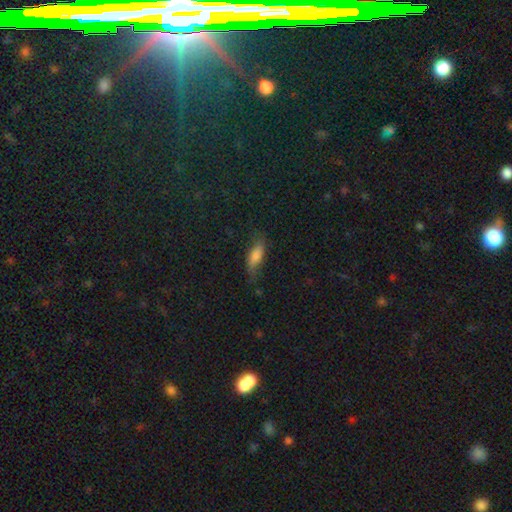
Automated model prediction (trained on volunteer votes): Smooth or featured?
  - smooth: 74% *
  - featured or disk: 17%
  - star or artifact: 9%
How rounded?
  - in between: 70% *
  - cigar-shaped: 27%
  - round: 3%
Merging?
  - none: 59% *
  - minor disturbance: 28%
  - major disturbance: 11%
  - merger: 2%